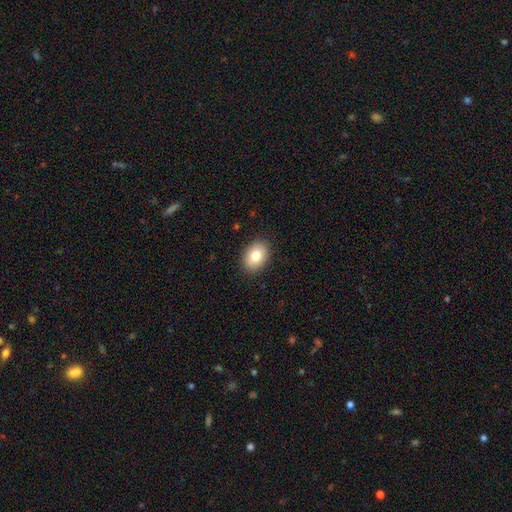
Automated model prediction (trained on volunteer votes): Smooth or featured? Predicted: smooth (p=0.80). How rounded? Predicted: in between (p=0.74). Merging? Predicted: none (p=0.89).